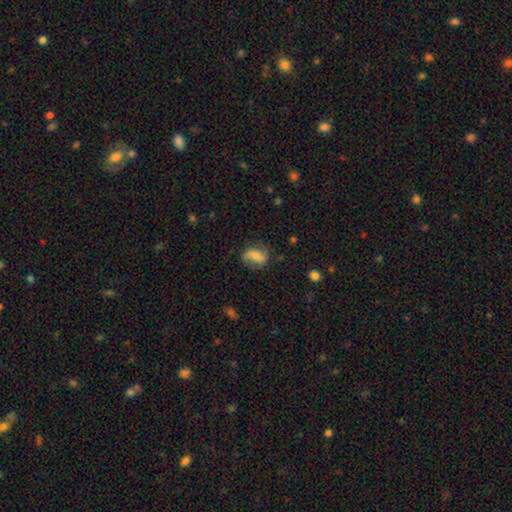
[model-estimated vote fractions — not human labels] Morphology: type=smooth (53%); roundness=in between (76%); merging=none (61%).